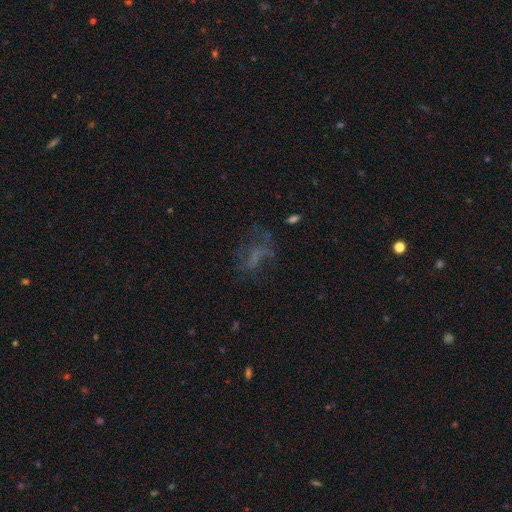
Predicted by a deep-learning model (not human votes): Smooth or featured?
  - featured or disk: 42% *
  - smooth: 30%
  - star or artifact: 28%
Merging?
  - none: 46% *
  - major disturbance: 33%
  - minor disturbance: 18%
  - merger: 3%